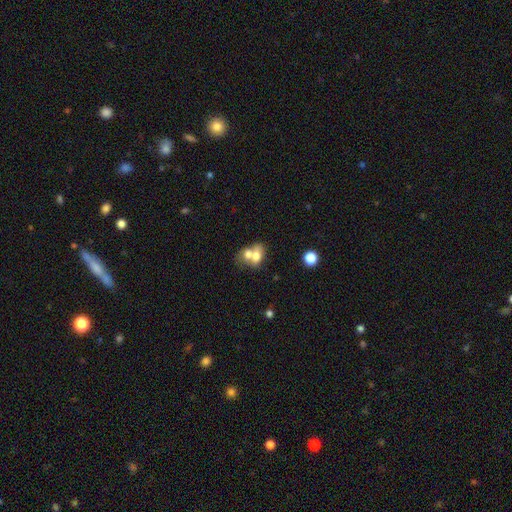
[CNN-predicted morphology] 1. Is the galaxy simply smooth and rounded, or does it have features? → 66% smooth, 25% featured or disk, 9% star or artifact.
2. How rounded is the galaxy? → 63% in between, 36% round, 2% cigar-shaped.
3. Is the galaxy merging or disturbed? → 72% merger, 17% none, 7% minor disturbance, 5% major disturbance.